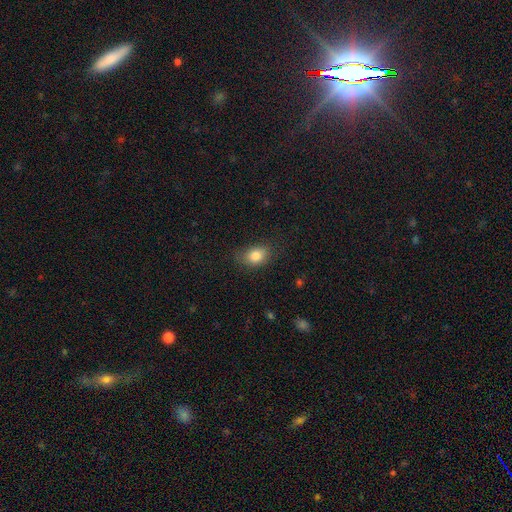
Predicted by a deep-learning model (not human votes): Q: Smooth or featured?
A: smooth (82%); runner-up: star or artifact (9%)
Q: How rounded?
A: in between (74%); runner-up: round (25%)
Q: Merging?
A: none (74%); runner-up: minor disturbance (19%)